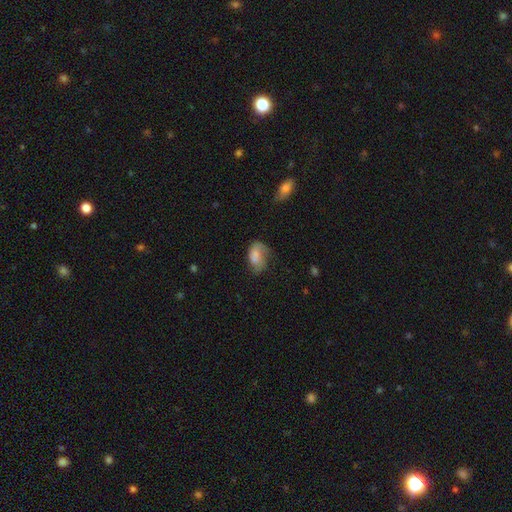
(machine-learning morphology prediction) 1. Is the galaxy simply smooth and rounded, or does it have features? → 66% smooth, 25% featured or disk, 9% star or artifact.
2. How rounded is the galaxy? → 88% in between, 10% round, 2% cigar-shaped.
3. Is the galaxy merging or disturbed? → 38% none, 32% minor disturbance, 23% major disturbance, 7% merger.